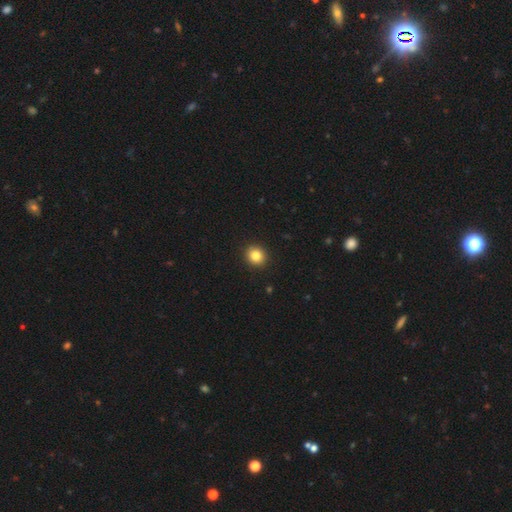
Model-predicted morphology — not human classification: smooth 84%, star or artifact 11%, featured or disk 6%. Down the decision tree: how rounded — round (86%); merging — none (93%).